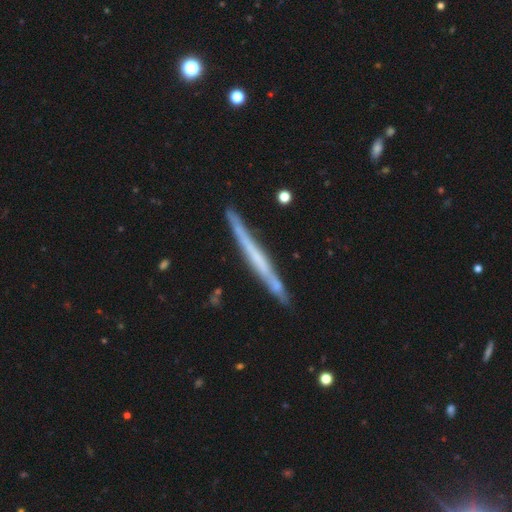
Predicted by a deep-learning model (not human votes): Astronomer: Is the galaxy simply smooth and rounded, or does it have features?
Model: featured or disk — 61%.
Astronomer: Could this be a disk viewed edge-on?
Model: yes — 96%.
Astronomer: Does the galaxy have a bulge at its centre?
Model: none — 85%.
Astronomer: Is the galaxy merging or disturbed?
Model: none — 85%.